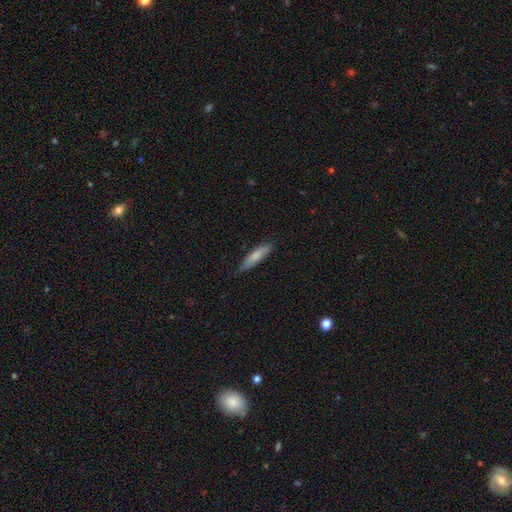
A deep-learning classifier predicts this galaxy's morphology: Smooth or featured: smooth — 75% (featured or disk — 19%)
How rounded: cigar-shaped — 76% (in between — 23%)
Merging: none — 79% (minor disturbance — 17%)